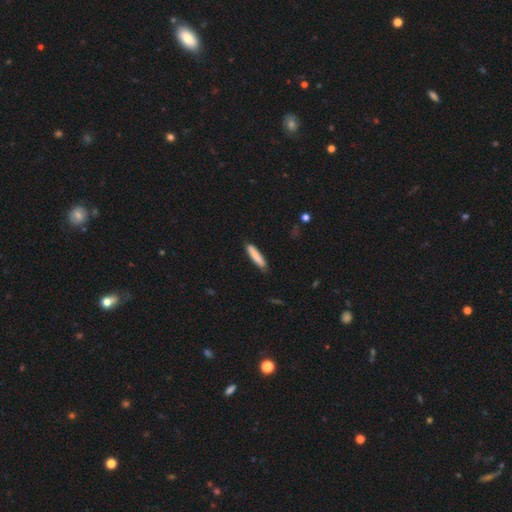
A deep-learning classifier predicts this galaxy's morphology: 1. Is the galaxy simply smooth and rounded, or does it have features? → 84% smooth, 10% featured or disk, 6% star or artifact.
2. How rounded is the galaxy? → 86% cigar-shaped, 13% in between, 1% round.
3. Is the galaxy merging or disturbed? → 85% none, 11% minor disturbance, 2% major disturbance, 1% merger.